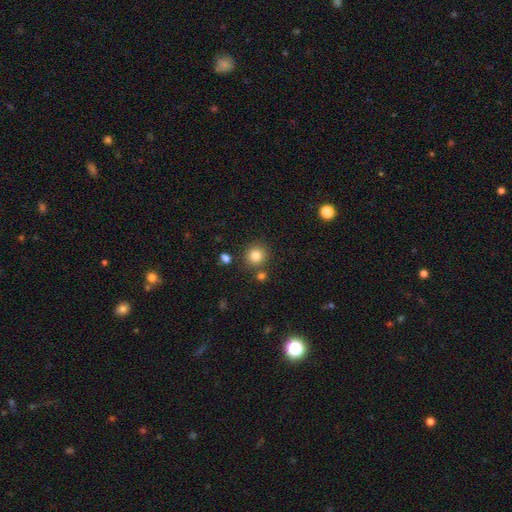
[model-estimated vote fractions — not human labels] Smooth or featured? smooth (82%)
How rounded? round (89%)
Merging? none (83%)